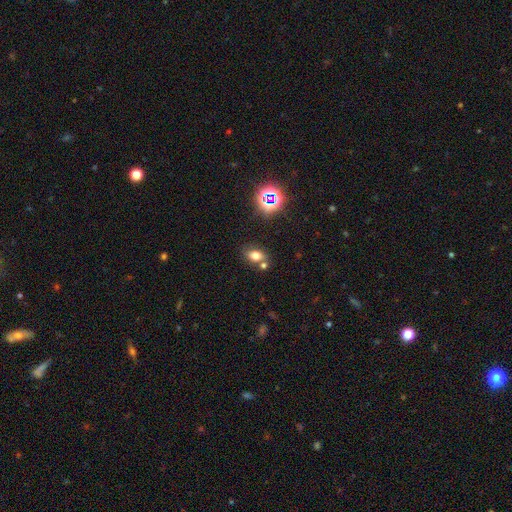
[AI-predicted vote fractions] smooth_or_featured: smooth (p=0.70) [alt: star or artifact p=0.18]
how_rounded: in between (p=0.77) [alt: round p=0.21]
merging: none (p=0.65) [alt: merger p=0.19]